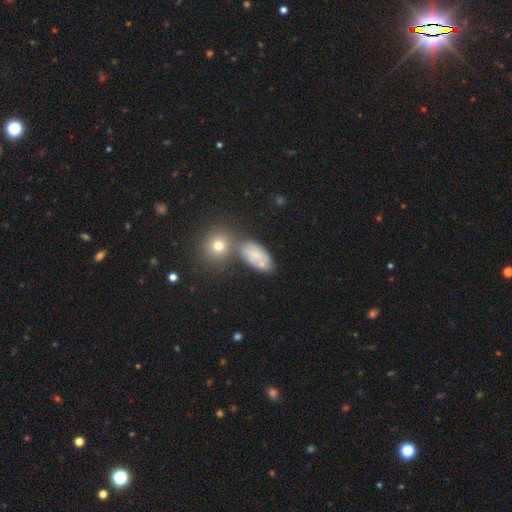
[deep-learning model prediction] Morphology: type=smooth (55%); roundness=in between (88%); merging=none (51%).